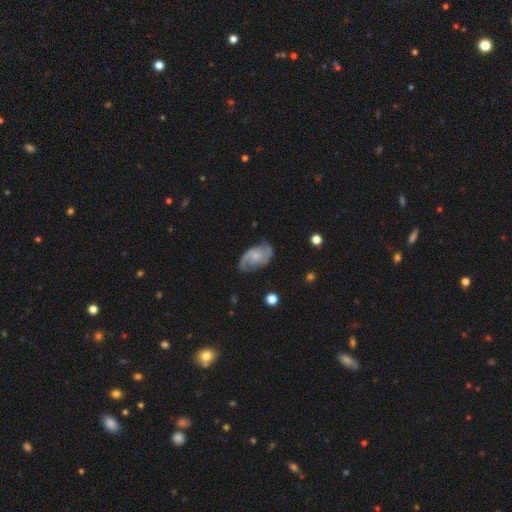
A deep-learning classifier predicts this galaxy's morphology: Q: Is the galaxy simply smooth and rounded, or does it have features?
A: featured or disk — 77%.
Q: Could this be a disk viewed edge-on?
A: no — 96%.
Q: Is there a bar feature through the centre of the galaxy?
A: no — 68%.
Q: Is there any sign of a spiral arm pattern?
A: yes — 94%.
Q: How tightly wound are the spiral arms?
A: medium — 46%.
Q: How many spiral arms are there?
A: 2 — 85%.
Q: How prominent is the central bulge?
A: small — 67%.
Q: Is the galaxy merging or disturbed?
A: none — 69%.